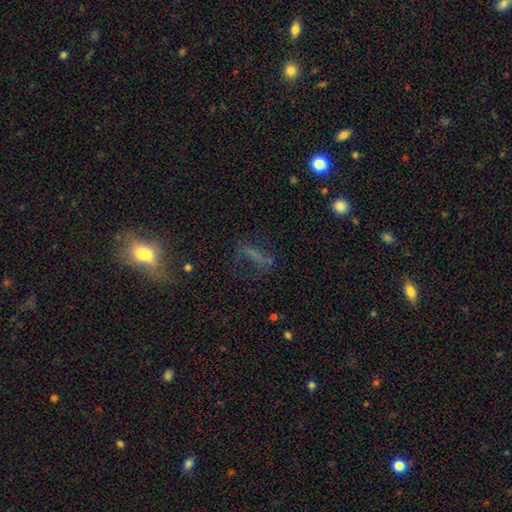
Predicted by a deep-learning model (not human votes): A smooth galaxy with no disk features (46%). Merging: none (54%).